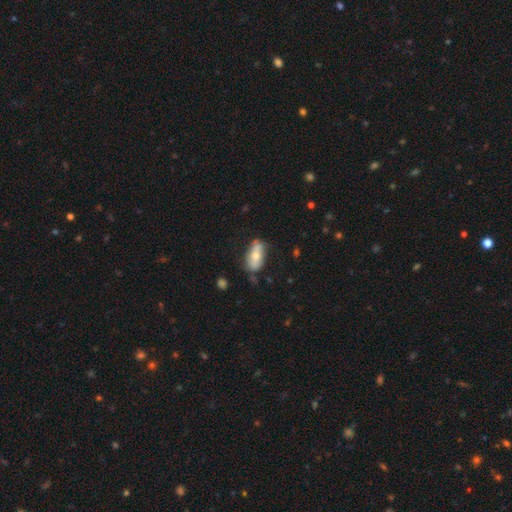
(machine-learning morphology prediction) A smooth galaxy with no disk features (61%) that is in between round and cigar-shaped (84%).

Vote fractions:
- Smooth or featured? smooth: 61% / featured or disk: 32% / star or artifact: 7%
- How rounded? in between: 84% / cigar-shaped: 12% / round: 4%
- Merging? none: 64% / minor disturbance: 25% / major disturbance: 7% / merger: 4%